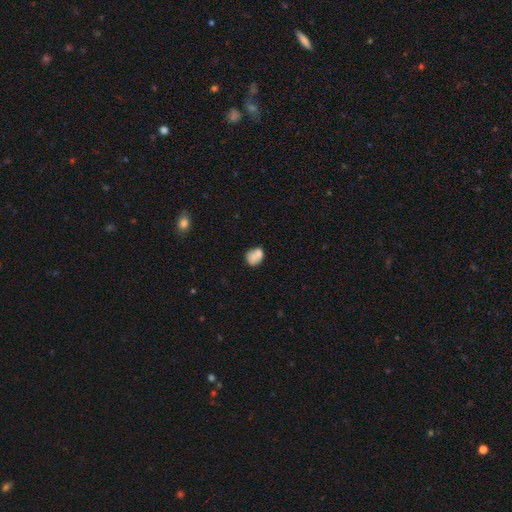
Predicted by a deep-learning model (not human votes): This is likely a smooth galaxy (74%). How rounded: possibly round (53%). Merging: marginally none (42%).